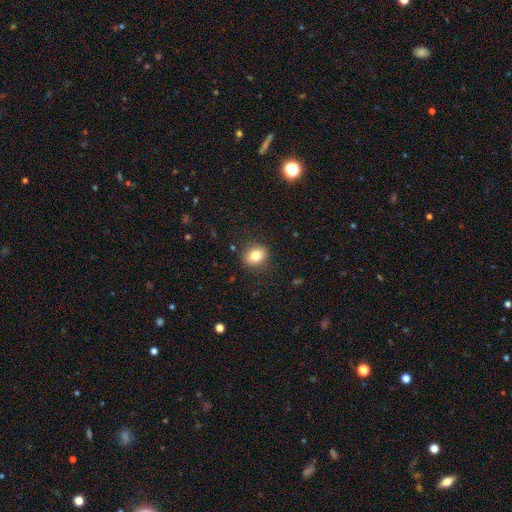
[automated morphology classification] smooth_or_featured: smooth (p=0.80) [alt: star or artifact p=0.11]
how_rounded: round (p=0.68) [alt: in between p=0.31]
merging: none (p=0.88) [alt: minor disturbance p=0.09]